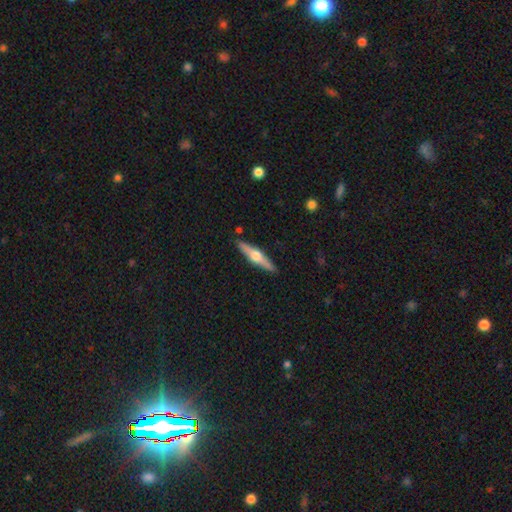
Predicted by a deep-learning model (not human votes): A featured or disk galaxy (66%) viewed edge-on (97%) with a rounded central bulge (95%). Merging: none (89%).